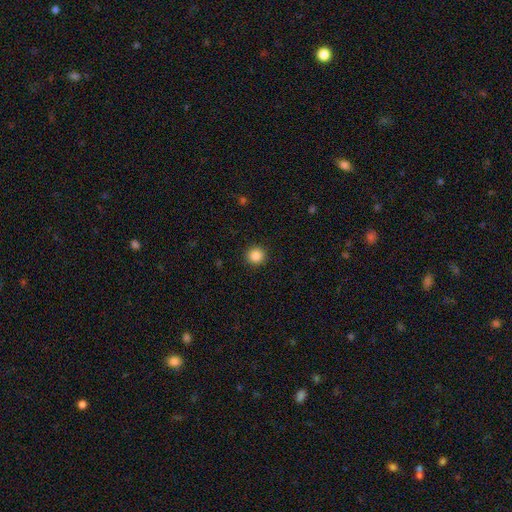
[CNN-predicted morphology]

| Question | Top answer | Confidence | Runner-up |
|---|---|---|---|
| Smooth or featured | smooth | 86% | star or artifact (10%) |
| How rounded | round | 95% | in between (4%) |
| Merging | none | 93% | minor disturbance (5%) |